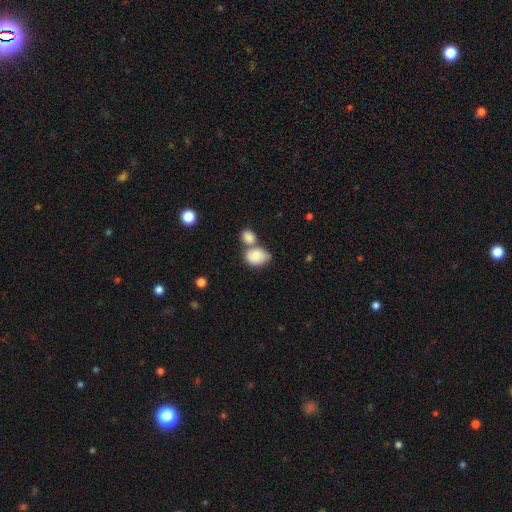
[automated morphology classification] type=smooth (78%); roundness=in between (72%); merging=merger (53%).